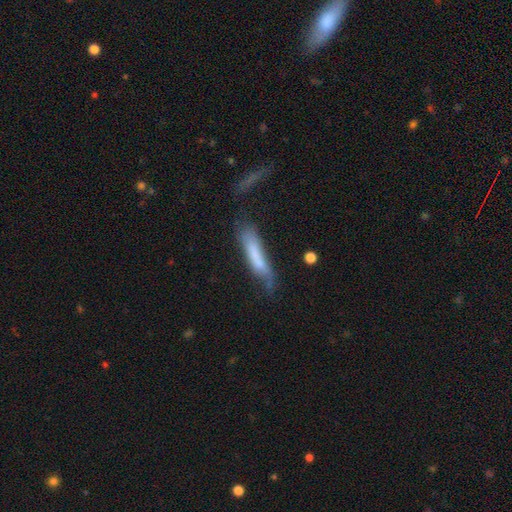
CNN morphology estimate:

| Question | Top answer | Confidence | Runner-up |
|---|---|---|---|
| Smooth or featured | smooth | 64% | featured or disk (29%) |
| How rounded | cigar-shaped | 80% | in between (19%) |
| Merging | none | 41% | minor disturbance (30%) |